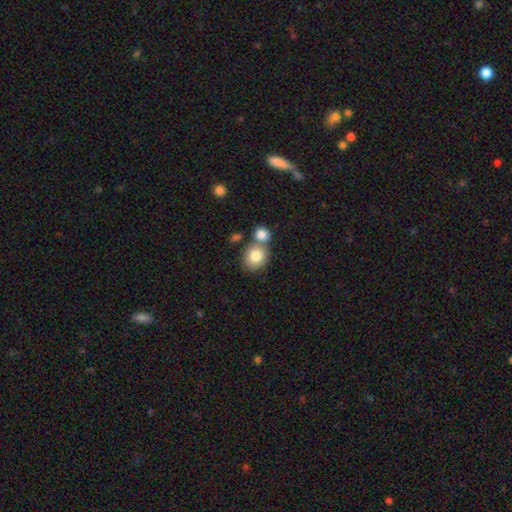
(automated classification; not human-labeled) A smooth galaxy with no disk features (81%) that is round (72%). Merging: none (50%).